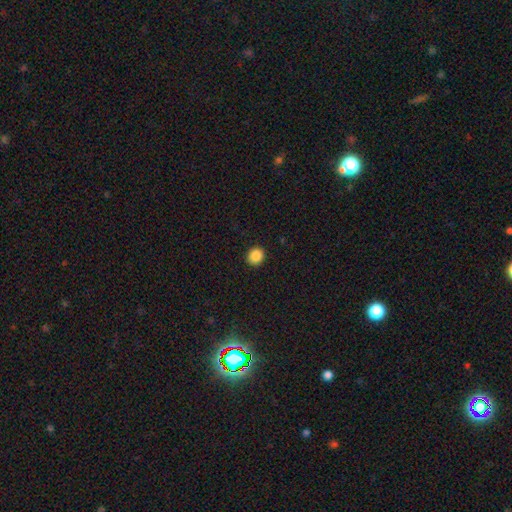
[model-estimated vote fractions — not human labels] This appears to be a smooth galaxy with no disk features (87%) that is round (80%). Merging: none (91%).